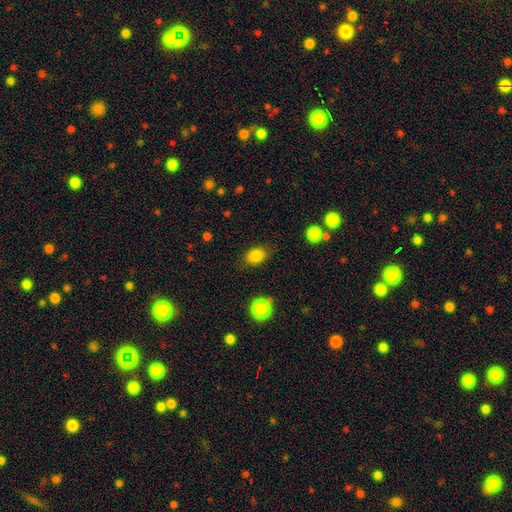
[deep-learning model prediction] Overall: smooth (85%). How rounded: in between (66%; round 33%). Merging: none (81%).